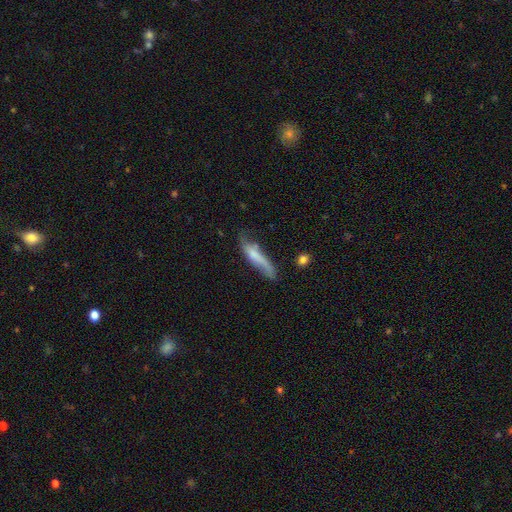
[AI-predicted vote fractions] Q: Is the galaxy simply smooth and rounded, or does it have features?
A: smooth — 53%.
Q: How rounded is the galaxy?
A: cigar-shaped — 79%.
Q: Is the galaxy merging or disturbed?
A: none — 44%.